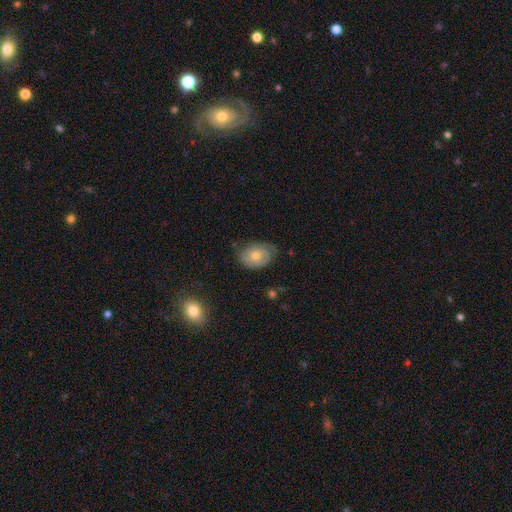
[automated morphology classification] smooth_or_featured: smooth (p=0.47) [alt: featured or disk p=0.44]
merging: none (p=0.66) [alt: minor disturbance p=0.26]